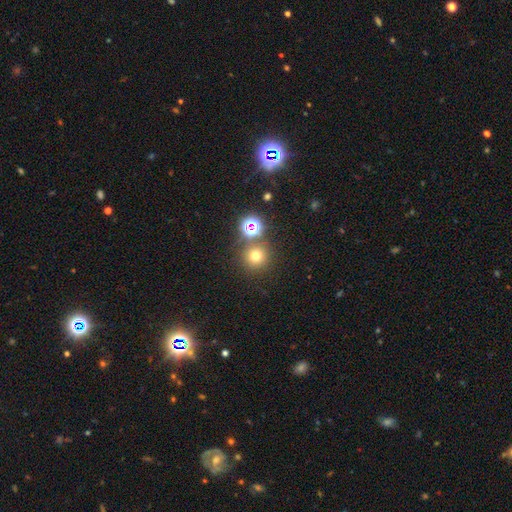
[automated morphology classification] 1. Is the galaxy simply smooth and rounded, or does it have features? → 68% smooth, 25% star or artifact, 8% featured or disk.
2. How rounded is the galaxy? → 94% round, 5% in between, 1% cigar-shaped.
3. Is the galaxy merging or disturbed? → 79% none, 11% merger, 7% minor disturbance, 3% major disturbance.